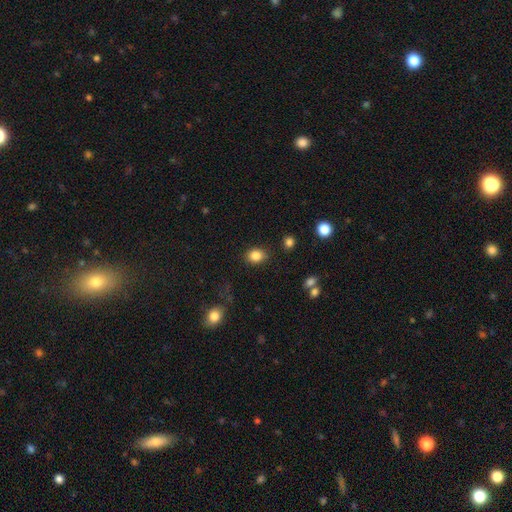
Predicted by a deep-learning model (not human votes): Smooth or featured?
  - smooth: 85% *
  - star or artifact: 10%
  - featured or disk: 5%
How rounded?
  - in between: 52% *
  - round: 47%
  - cigar-shaped: 1%
Merging?
  - none: 83% *
  - minor disturbance: 12%
  - major disturbance: 3%
  - merger: 2%